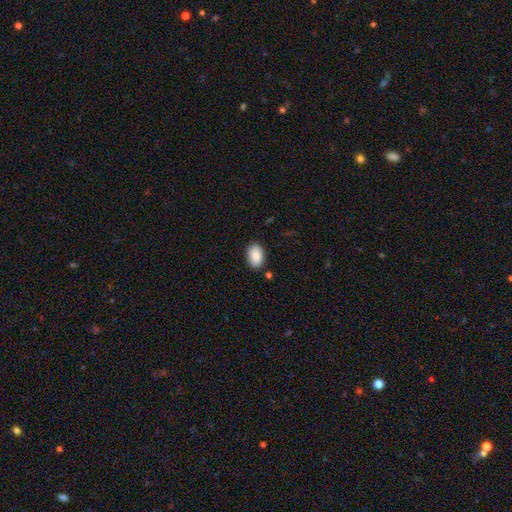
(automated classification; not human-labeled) A smooth galaxy with no disk features (89%) that is in between round and cigar-shaped (89%). Merging: none (87%).